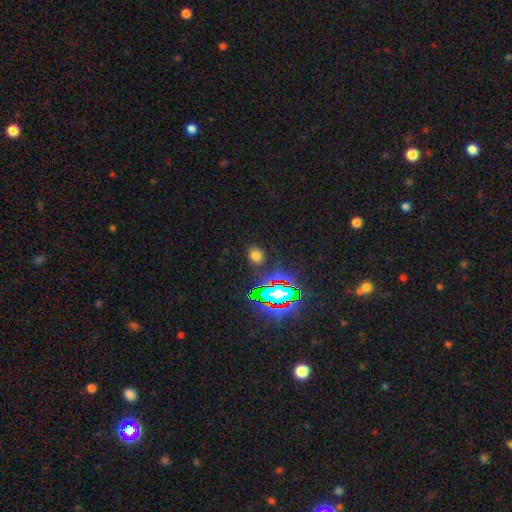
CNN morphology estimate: Overall: smooth (64%; star or artifact 29%). How rounded: round (64%; in between 35%). Merging: none (85%).